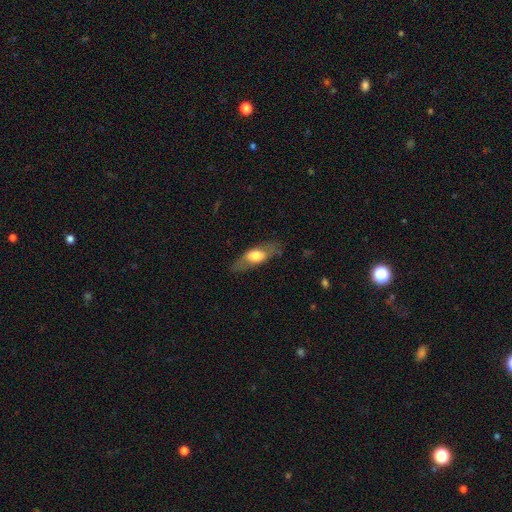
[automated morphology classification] smooth-or-featured: smooth: 54% | featured or disk: 40% | star or artifact: 6%
  how-rounded: in between: 62% | cigar-shaped: 33% | round: 5%
  merging: none: 74% | minor disturbance: 17% | major disturbance: 8% | merger: 1%